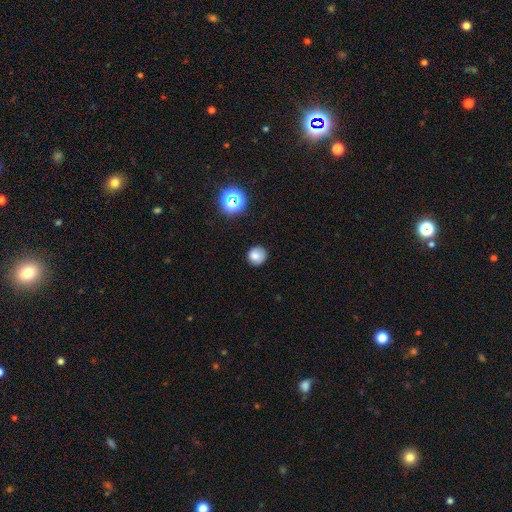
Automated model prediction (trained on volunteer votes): smooth-or-featured: smooth: 79% | star or artifact: 13% | featured or disk: 8%
  how-rounded: round: 91% | in between: 8% | cigar-shaped: 1%
  merging: none: 84% | minor disturbance: 12% | major disturbance: 3% | merger: 1%